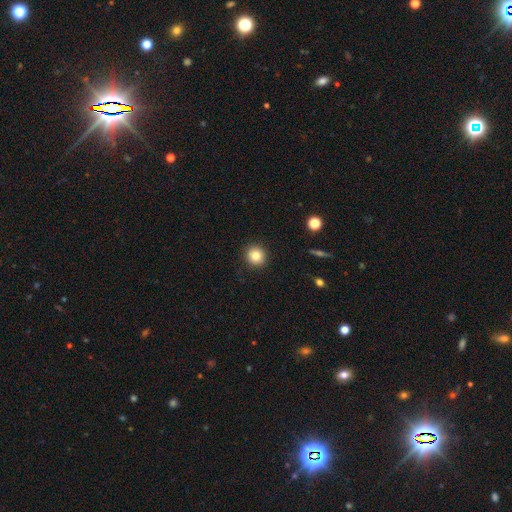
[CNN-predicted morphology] Q: Smooth or featured?
A: smooth (83%); runner-up: star or artifact (10%)
Q: How rounded?
A: round (93%); runner-up: in between (6%)
Q: Merging?
A: none (92%); runner-up: minor disturbance (5%)